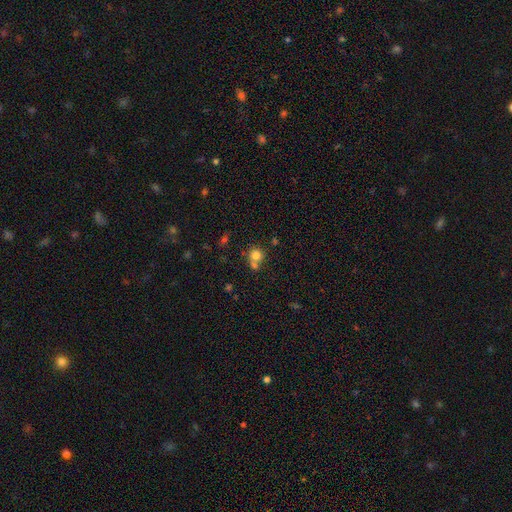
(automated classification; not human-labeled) Smooth or featured: smooth — 78% (star or artifact — 13%)
How rounded: round — 88% (in between — 12%)
Merging: none — 50% (merger — 37%)